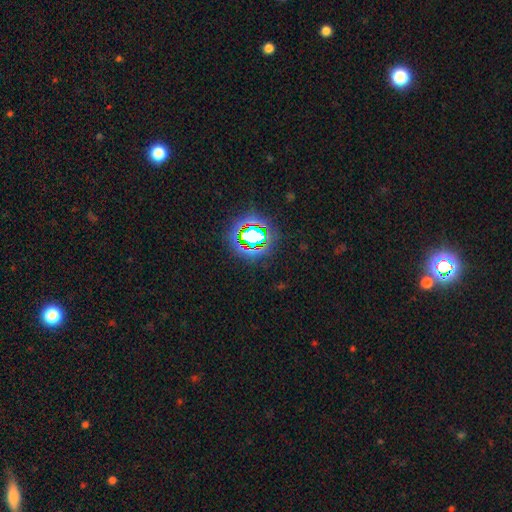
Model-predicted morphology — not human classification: This is likely a star or artifact rather than a galaxy (80%).